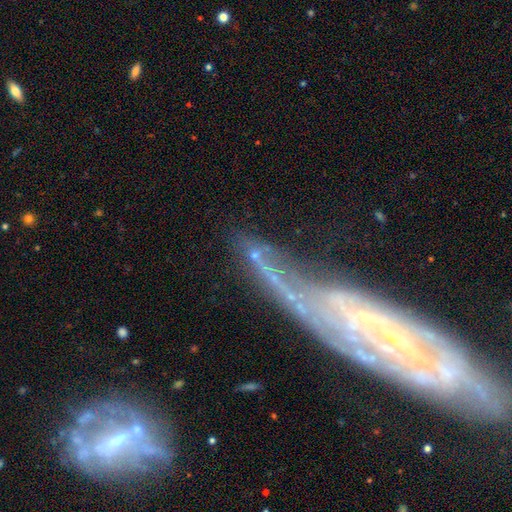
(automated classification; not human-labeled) Morphology: type=featured or disk (42%); merging=none (46%).